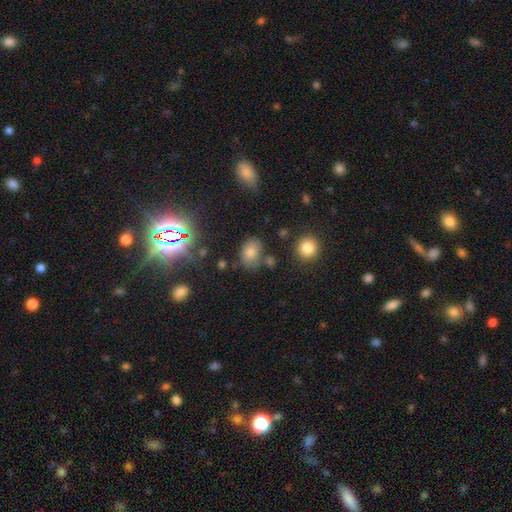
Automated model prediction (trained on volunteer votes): Smooth or featured?
  - smooth: 67% *
  - star or artifact: 23%
  - featured or disk: 11%
How rounded?
  - in between: 68% *
  - round: 31%
  - cigar-shaped: 1%
Merging?
  - none: 73% *
  - minor disturbance: 15%
  - merger: 7%
  - major disturbance: 5%